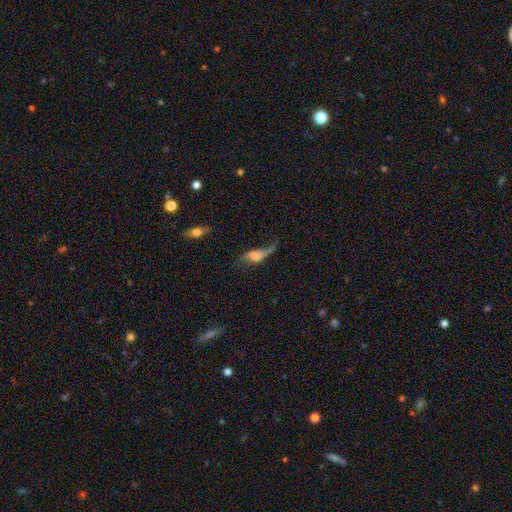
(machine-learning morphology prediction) Smooth or featured? featured or disk (48%)
Merging? major disturbance (44%)